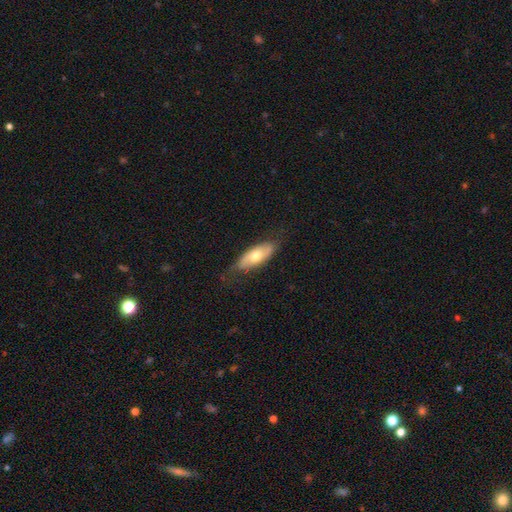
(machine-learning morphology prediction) Smooth or featured: smooth — 59% (featured or disk — 35%)
How rounded: in between — 76% (cigar-shaped — 21%)
Merging: none — 74% (minor disturbance — 20%)